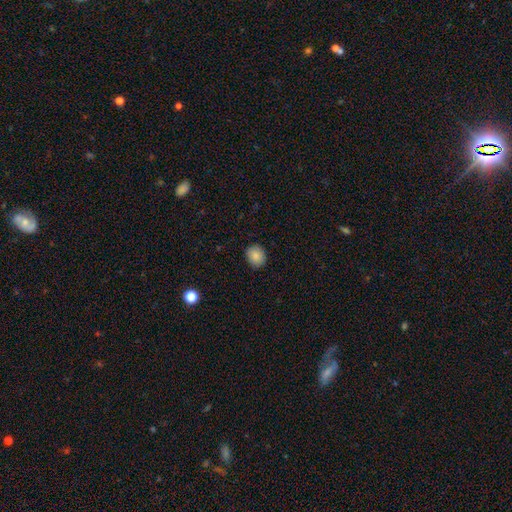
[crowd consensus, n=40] A smooth galaxy with no disk features (75%) that is round (63%).

Vote fractions:
- Smooth or featured? smooth: 75% / featured or disk: 18% / star or artifact: 8%
- How rounded? round: 63% / in between: 37% / cigar-shaped: 0%
- Merging? none: 89% / minor disturbance: 8% / major disturbance: 3% / merger: 0%